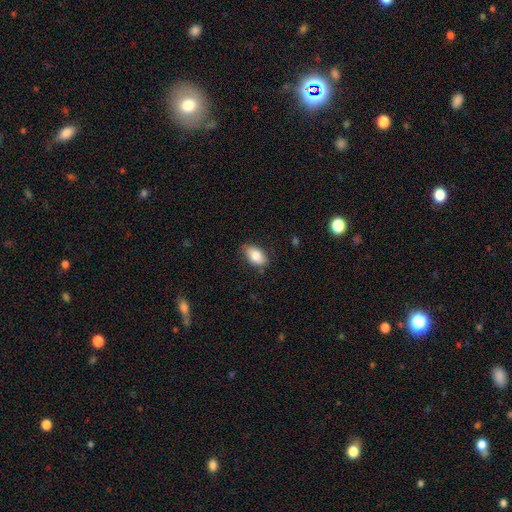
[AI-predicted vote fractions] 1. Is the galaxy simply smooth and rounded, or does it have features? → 80% smooth, 13% featured or disk, 7% star or artifact.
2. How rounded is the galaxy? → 91% in between, 7% round, 2% cigar-shaped.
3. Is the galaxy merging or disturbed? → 78% none, 18% minor disturbance, 3% major disturbance, 1% merger.